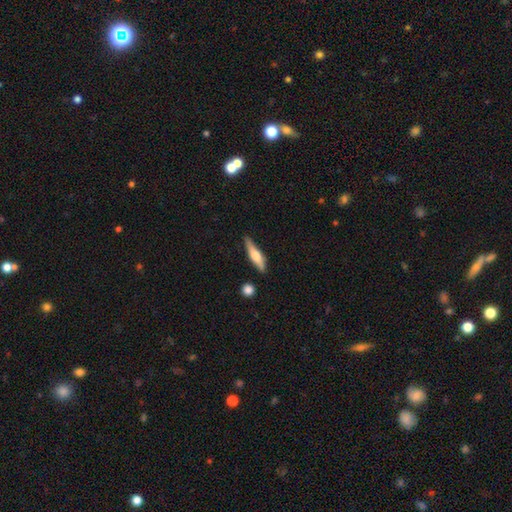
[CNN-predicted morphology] smooth-or-featured: smooth: 49% | featured or disk: 45% | star or artifact: 6%
  merging: none: 81% | minor disturbance: 13% | merger: 3% | major disturbance: 3%